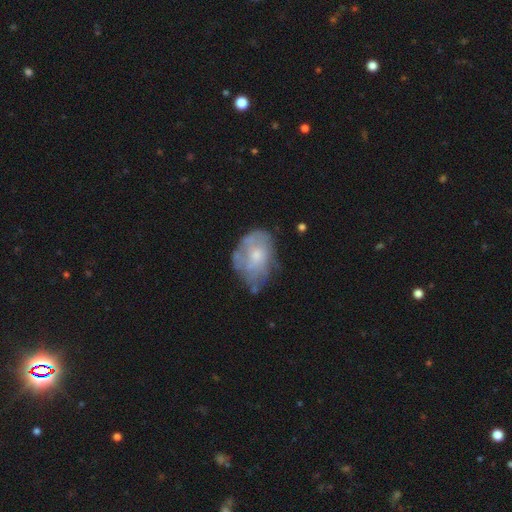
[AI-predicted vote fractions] Overall: featured or disk (55%; smooth 37%). Edge-on disk: no (97%). Bar: no (83%). Spiral arms: no (60%; yes 40%). Bulge size: small (51%; moderate 40%). Merging: none (47%; minor disturbance 31%).